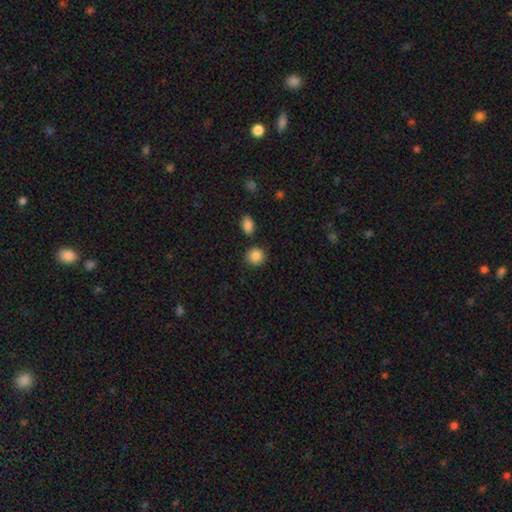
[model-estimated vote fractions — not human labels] Morphology: type=smooth (87%); roundness=round (88%); merging=none (86%).